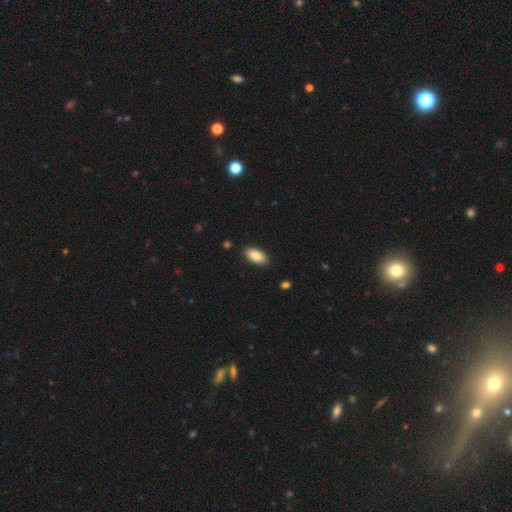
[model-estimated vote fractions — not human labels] Q: Smooth or featured?
A: smooth (84%); runner-up: featured or disk (9%)
Q: How rounded?
A: in between (92%); runner-up: cigar-shaped (5%)
Q: Merging?
A: none (89%); runner-up: minor disturbance (8%)